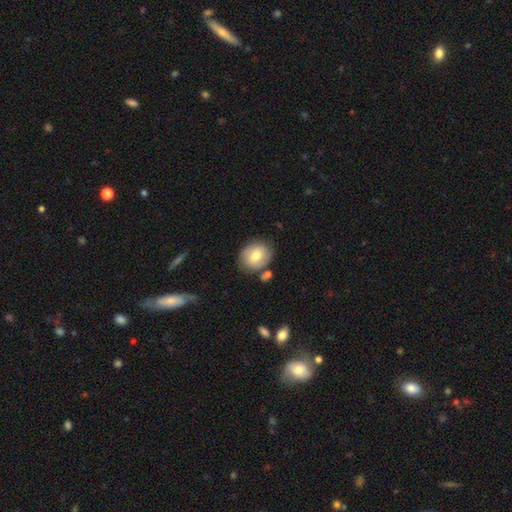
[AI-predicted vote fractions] The model was most divided on "how rounded": round: 62%, in between: 37%, cigar-shaped: 1%. More confident: merging — none (75%); smooth or featured — smooth (63%).